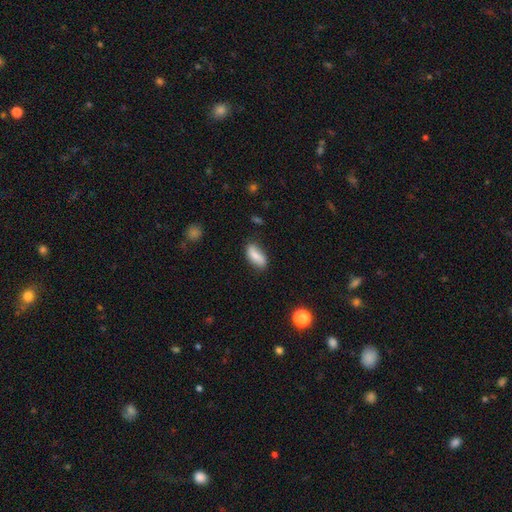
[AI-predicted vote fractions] A smooth galaxy with no disk features (75%) that is in between round and cigar-shaped (81%). Merging: none (74%).